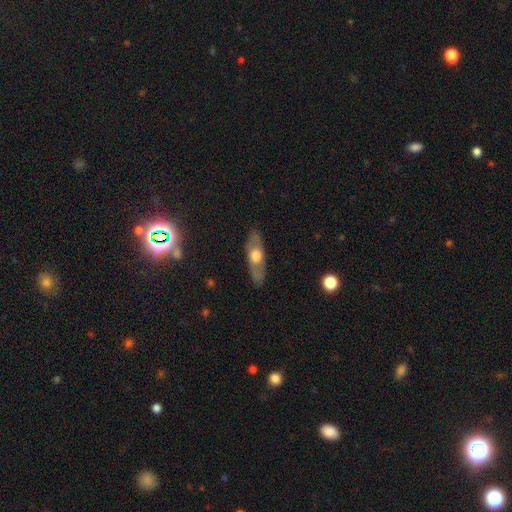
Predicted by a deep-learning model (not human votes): smooth-or-featured: featured or disk: 51% | smooth: 43% | star or artifact: 6%
  disk-edge-on: yes: 53% | no: 47%
  merging: none: 84% | minor disturbance: 12% | major disturbance: 3% | merger: 1%